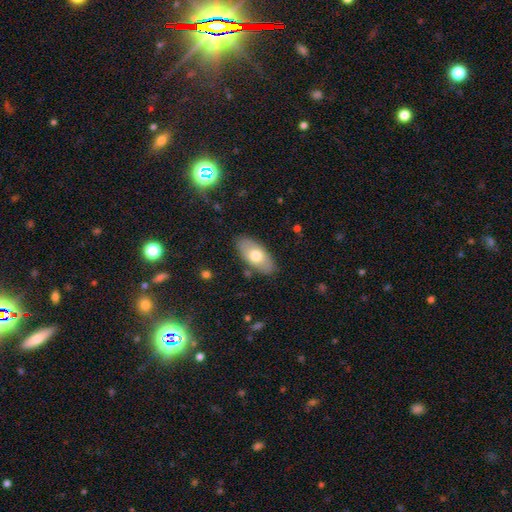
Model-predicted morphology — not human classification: Smooth or featured? Predicted: smooth (p=0.66). How rounded? Predicted: in between (p=0.92). Merging? Predicted: none (p=0.85).